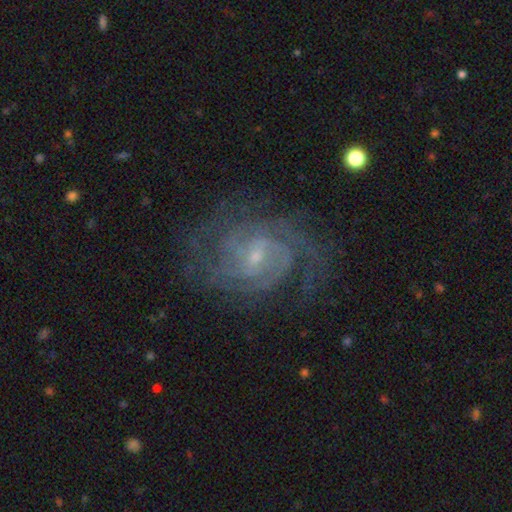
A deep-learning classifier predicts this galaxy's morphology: The model was most divided on "spiral arm count" (2-way tie): can't tell: 29%, 2: 29%, 3: 18%, 4: 11%, more than 4: 7%, 1: 6%. More confident: edge-on disk — no (97%); spiral arms — yes (96%); smooth or featured — featured or disk (87%); bulge size — small (75%); merging — none (73%); bar — weak (54%); spiral winding — tight (53%).